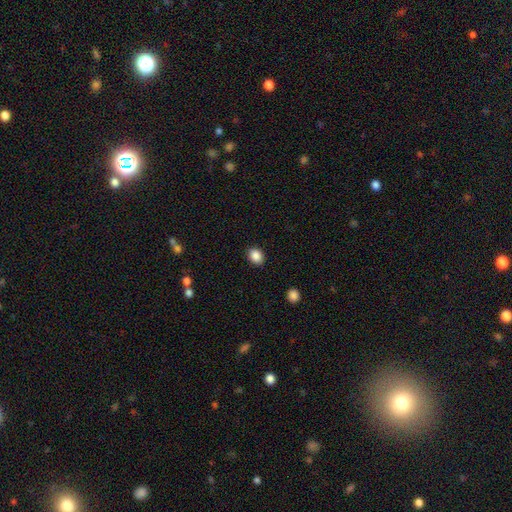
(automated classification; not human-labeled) Q: Smooth or featured?
A: smooth (88%); runner-up: star or artifact (9%)
Q: How rounded?
A: in between (52%); runner-up: round (47%)
Q: Merging?
A: none (89%); runner-up: minor disturbance (8%)